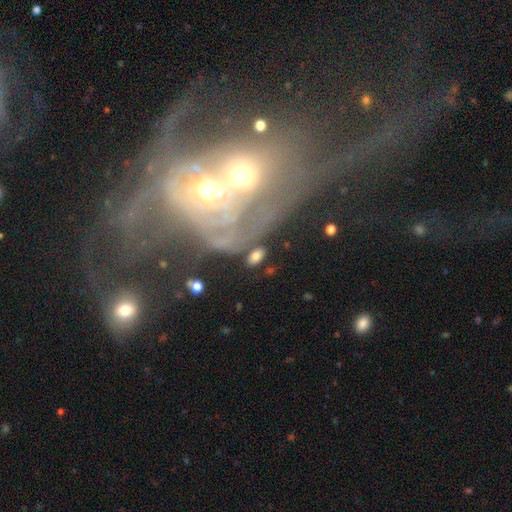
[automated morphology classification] Q: Smooth or featured?
A: smooth (63%); runner-up: featured or disk (28%)
Q: How rounded?
A: in between (88%); runner-up: round (9%)
Q: Merging?
A: none (69%); runner-up: minor disturbance (15%)